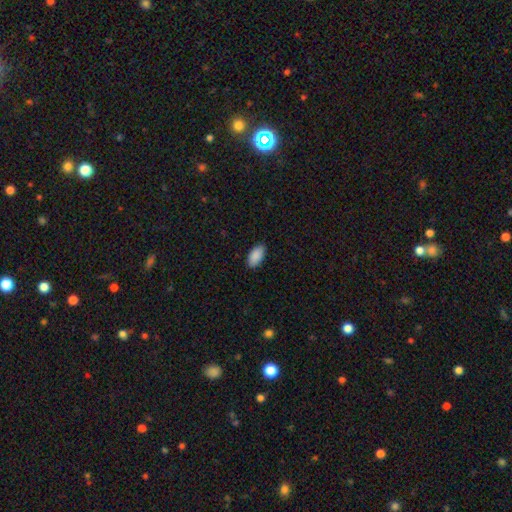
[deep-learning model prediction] Smooth or featured? smooth (90%)
How rounded? in between (95%)
Merging? none (87%)